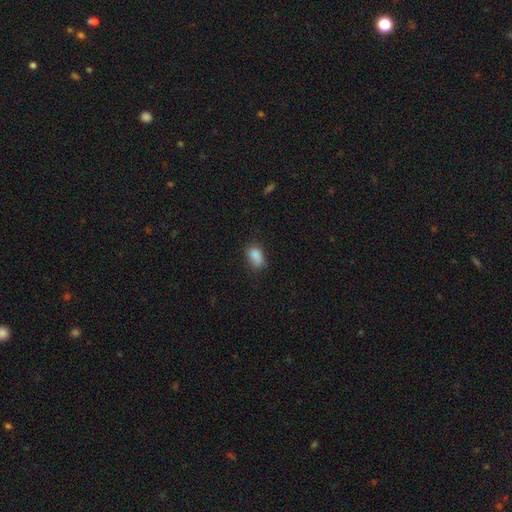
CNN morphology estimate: A smooth galaxy with no disk features (84%) that is in between round and cigar-shaped (84%). Merging: none (61%).